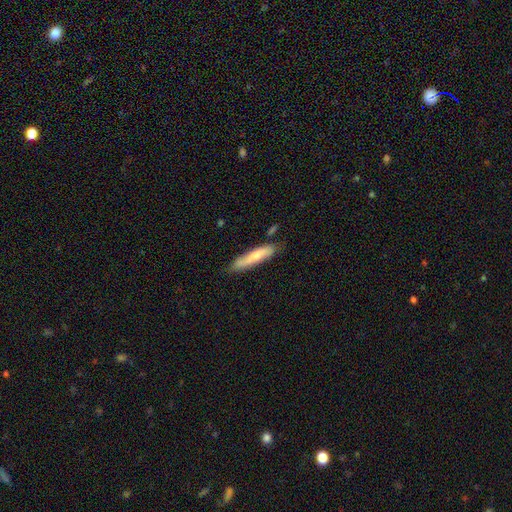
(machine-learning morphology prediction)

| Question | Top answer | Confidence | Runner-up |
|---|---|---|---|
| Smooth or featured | smooth | 66% | featured or disk (29%) |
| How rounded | cigar-shaped | 83% | in between (15%) |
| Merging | none | 73% | minor disturbance (20%) |